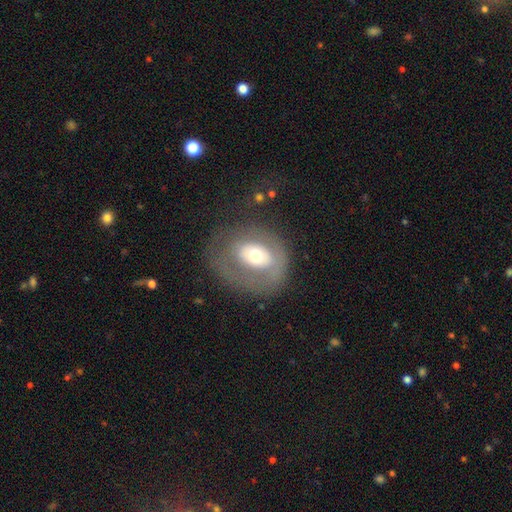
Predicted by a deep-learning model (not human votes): A featured or disk galaxy (47%). Merging: none (56%).